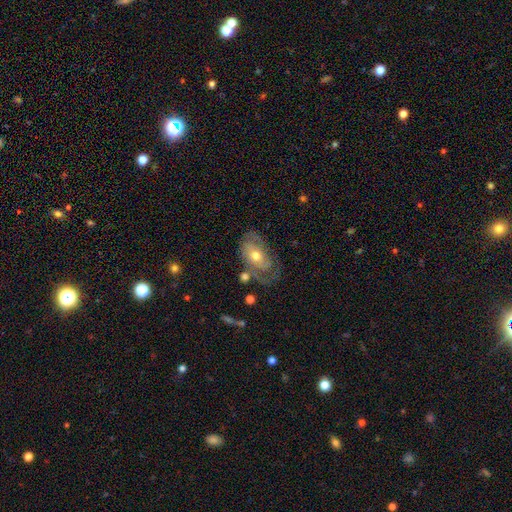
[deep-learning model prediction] This appears to be a featured or disk galaxy (69%) with no bar (72%), 2 (40%) tight (52%) spiral arms (80%) and a moderate central bulge (63%). Merging: none (53%).